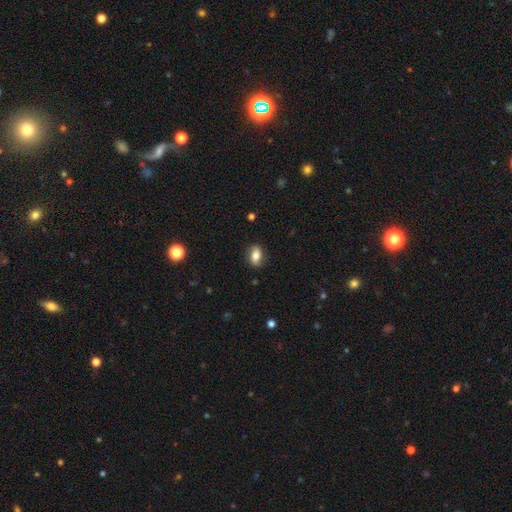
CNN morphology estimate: Smooth or featured: smooth — 76% (featured or disk — 16%)
How rounded: in between — 82% (round — 14%)
Merging: none — 84% (minor disturbance — 12%)